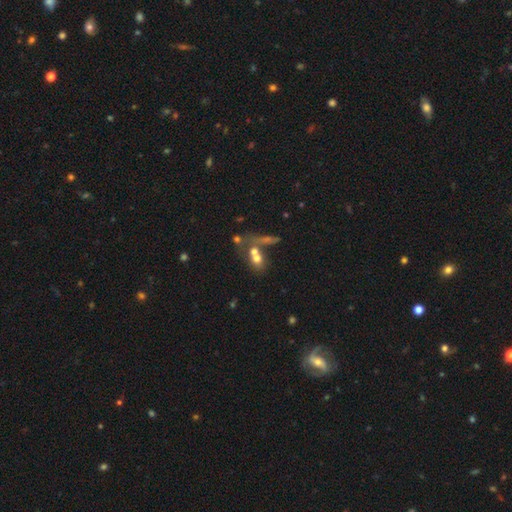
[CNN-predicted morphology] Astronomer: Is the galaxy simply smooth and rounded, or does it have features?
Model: smooth — 59%.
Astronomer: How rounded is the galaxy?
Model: round — 52% (runner-up: in between, 42%).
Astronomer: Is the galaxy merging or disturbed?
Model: merger — 54% (runner-up: none, 29%).